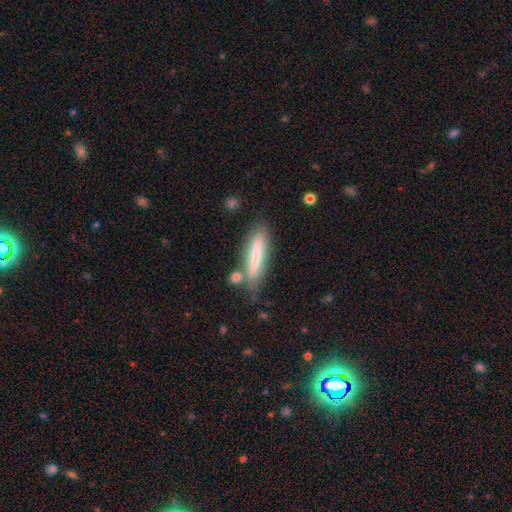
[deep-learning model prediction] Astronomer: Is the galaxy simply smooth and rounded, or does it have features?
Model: smooth — 65%.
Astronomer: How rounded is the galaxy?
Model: cigar-shaped — 84%.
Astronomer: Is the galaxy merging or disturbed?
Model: none — 71%.